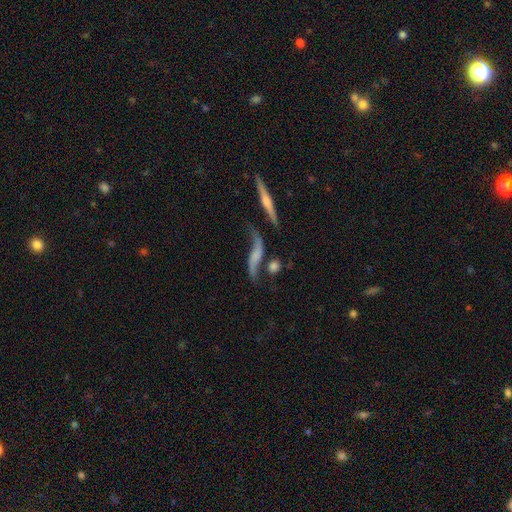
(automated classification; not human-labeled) A featured or disk galaxy (73%) with no bar (61%), spiral arms (87%) and no central bulge (52%).

Vote fractions:
- Smooth or featured? featured or disk: 73% / smooth: 18% / star or artifact: 9%
- Edge-on disk? no: 76% / yes: 24%
- Bar? no: 61% / weak: 28% / strong: 11%
- Spiral arms? yes: 87% / no: 13%
- Bulge size? none: 52% / small: 24% / moderate: 15% / large: 6% / dominant: 3%
- Merging? none: 47% / merger: 20% / minor disturbance: 18% / major disturbance: 15%